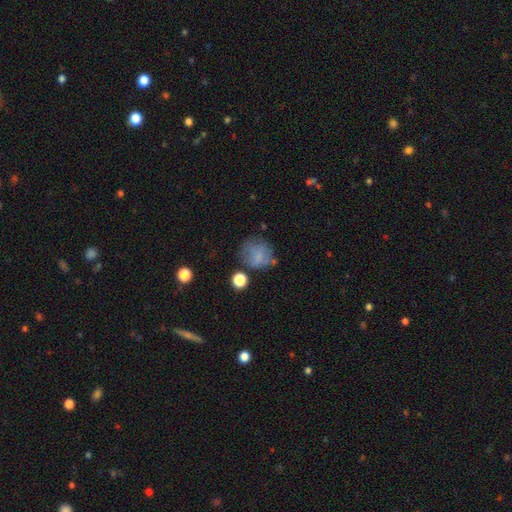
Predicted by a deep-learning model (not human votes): Smooth or featured? smooth (70%)
How rounded? round (73%)
Merging? none (57%)